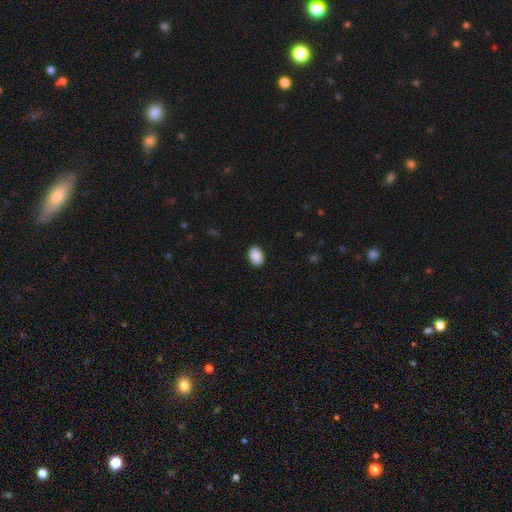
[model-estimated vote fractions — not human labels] A smooth galaxy with no disk features (91%) that is in between round and cigar-shaped (87%). Merging: none (89%).